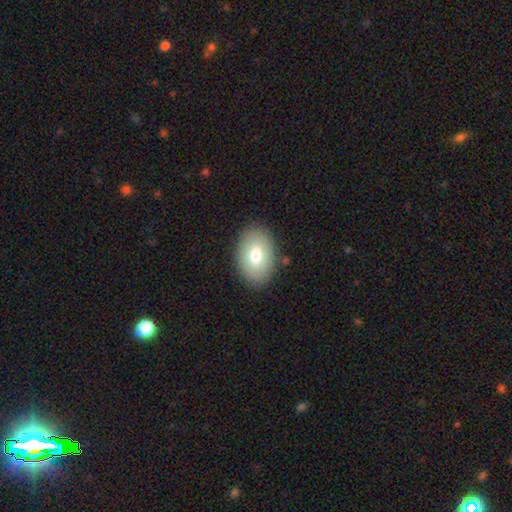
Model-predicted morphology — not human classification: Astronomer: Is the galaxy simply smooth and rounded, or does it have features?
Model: smooth — 74%.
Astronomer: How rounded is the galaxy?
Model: in between — 85%.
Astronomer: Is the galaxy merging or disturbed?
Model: none — 87%.